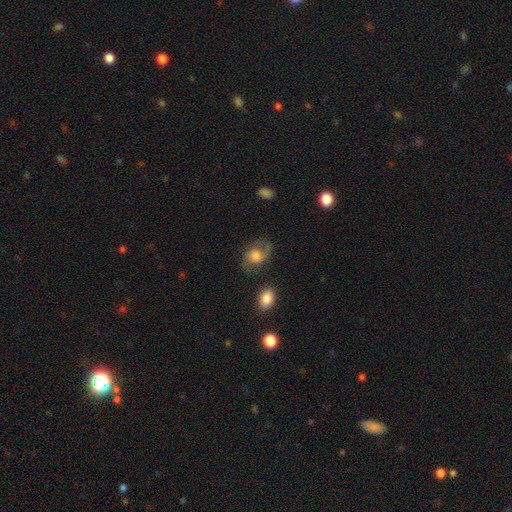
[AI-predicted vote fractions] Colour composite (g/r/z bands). It shows a featured or disk galaxy (69%) with no bar (63%), 2 (91%) medium (50%) spiral arms (90%) and a large central bulge (42%). Merging: none (71%).